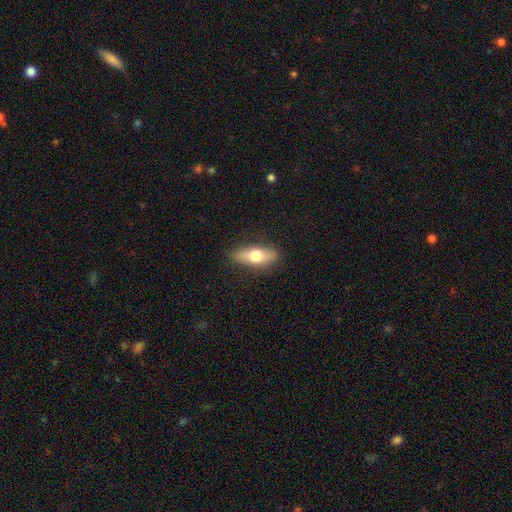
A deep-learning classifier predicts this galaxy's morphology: type=smooth (63%); roundness=in between (60%); merging=none (87%).